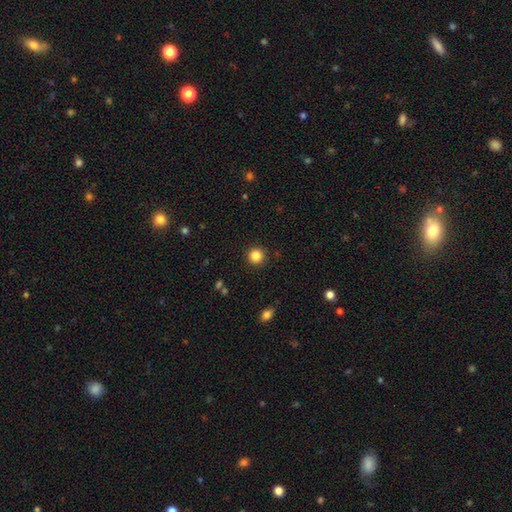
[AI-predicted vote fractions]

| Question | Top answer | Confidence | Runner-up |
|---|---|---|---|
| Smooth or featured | smooth | 85% | star or artifact (11%) |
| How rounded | round | 95% | in between (4%) |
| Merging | none | 92% | minor disturbance (5%) |